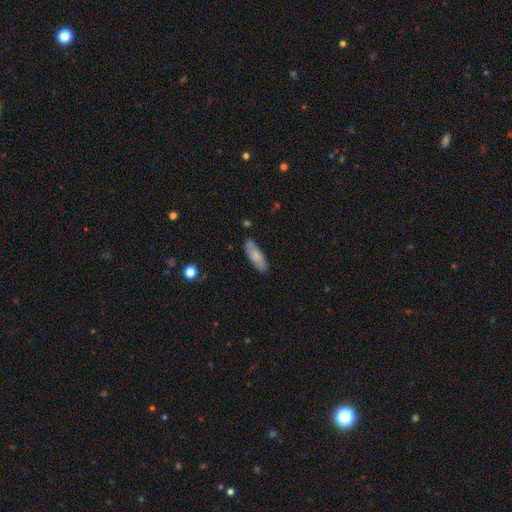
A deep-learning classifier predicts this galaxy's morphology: type=smooth (80%); roundness=in between (54%); merging=none (83%).